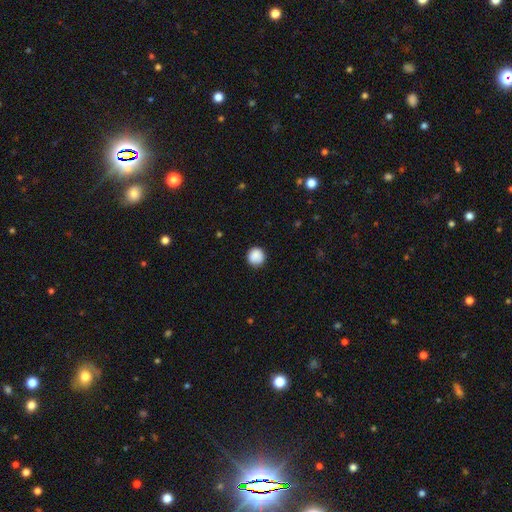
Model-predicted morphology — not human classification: smooth-or-featured: smooth: 88% | star or artifact: 8% | featured or disk: 4%
  how-rounded: round: 93% | in between: 6% | cigar-shaped: 1%
  merging: none: 87% | minor disturbance: 10% | major disturbance: 2% | merger: 1%